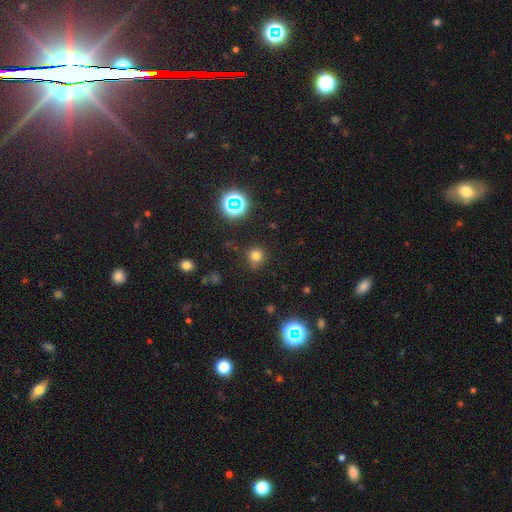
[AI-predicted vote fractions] Morphology: type=smooth (72%); roundness=round (92%); merging=none (79%).